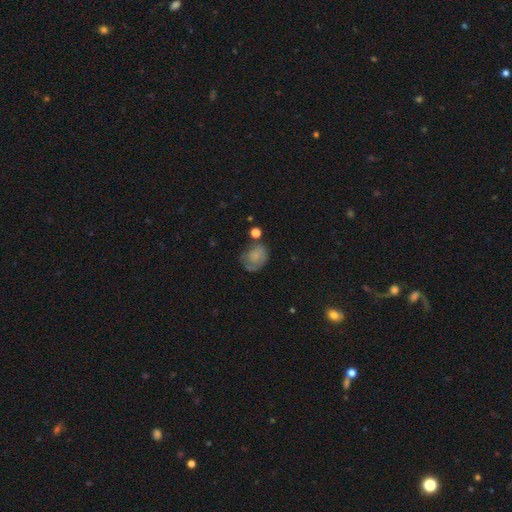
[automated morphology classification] smooth 59%, featured or disk 30%, star or artifact 11%. Down the decision tree: how rounded — in between (54%); merging — none (44%).